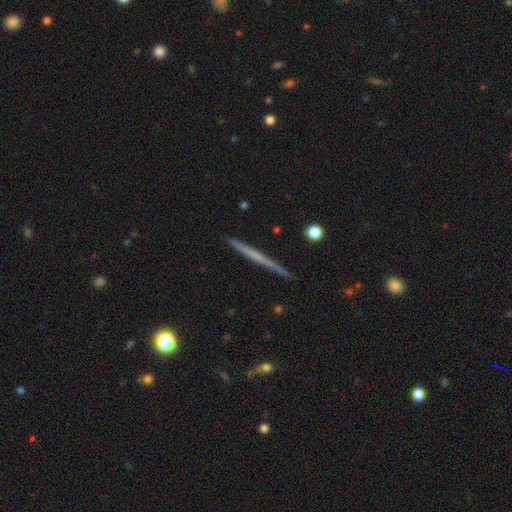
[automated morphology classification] The model was most divided on "smooth or featured": featured or disk: 59%, smooth: 35%, star or artifact: 6%. More confident: edge-on disk — yes (98%); merging — none (92%); edge-on bulge — none (83%).